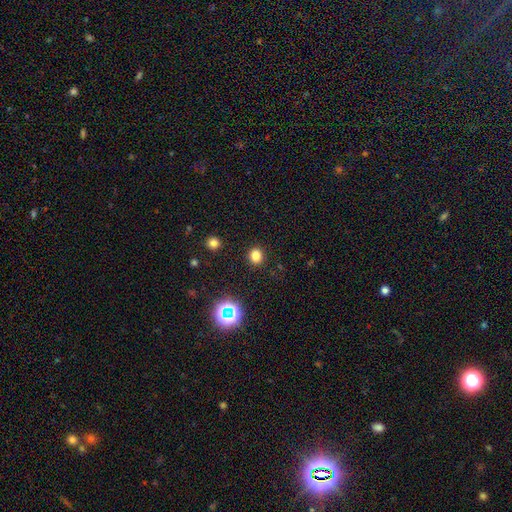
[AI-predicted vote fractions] Smooth or featured: smooth — 78% (star or artifact — 17%)
How rounded: round — 82% (in between — 17%)
Merging: none — 90% (minor disturbance — 6%)